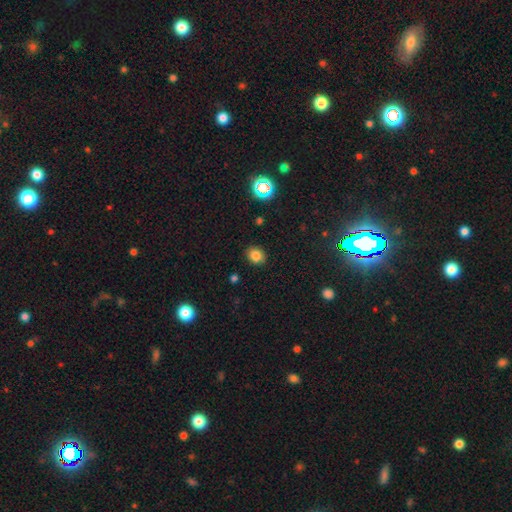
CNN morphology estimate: A smooth galaxy with no disk features (79%) that is round (63%).

Vote fractions:
- Smooth or featured? smooth: 79% / star or artifact: 15% / featured or disk: 6%
- How rounded? round: 63% / in between: 36% / cigar-shaped: 1%
- Merging? none: 88% / minor disturbance: 8% / major disturbance: 2% / merger: 1%